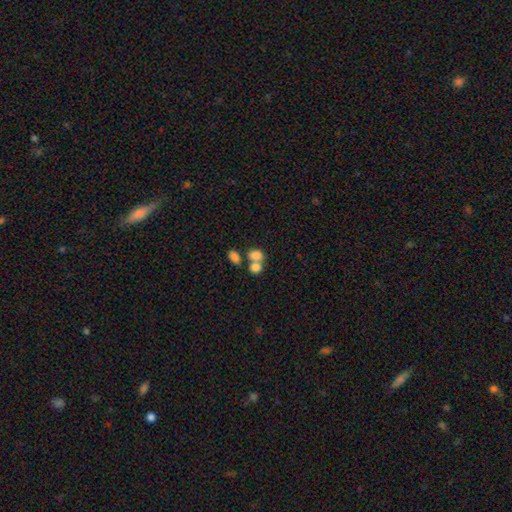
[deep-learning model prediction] This appears to be a smooth galaxy with no disk features (79%) that is in between round and cigar-shaped (62%). Merging: merger (56%).